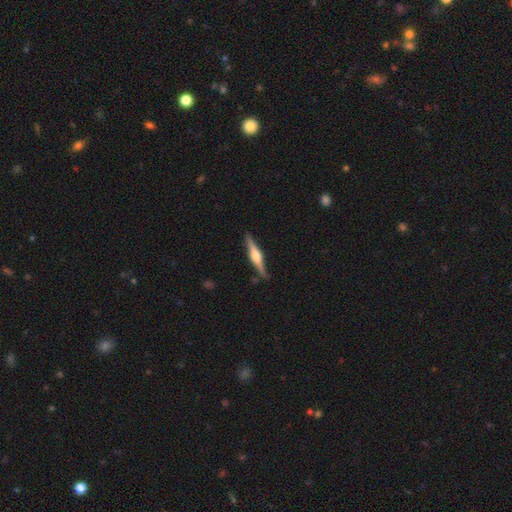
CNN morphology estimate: Q: Smooth or featured?
A: featured or disk (75%); runner-up: smooth (20%)
Q: Edge-on disk?
A: yes (98%); runner-up: no (2%)
Q: Edge-on bulge?
A: rounded (87%); runner-up: boxy (9%)
Q: Merging?
A: none (87%); runner-up: minor disturbance (9%)